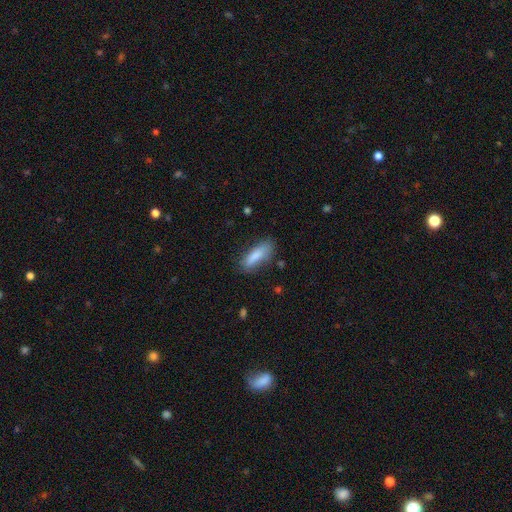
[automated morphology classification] This is clearly a smooth galaxy (83%). How rounded: possibly in between (52%). Merging: likely none (75%).